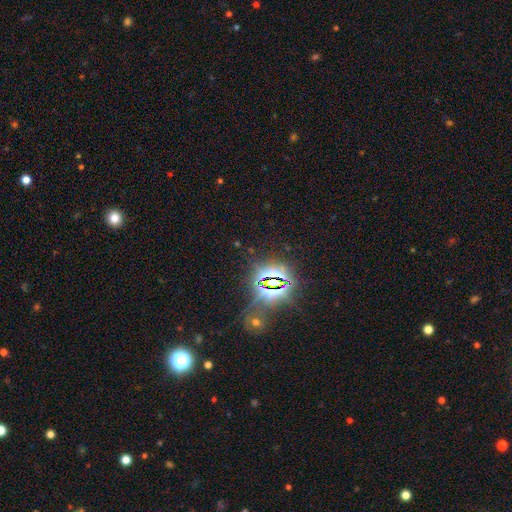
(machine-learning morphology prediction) smooth-or-featured: star or artifact: 82% | smooth: 10% | featured or disk: 8%